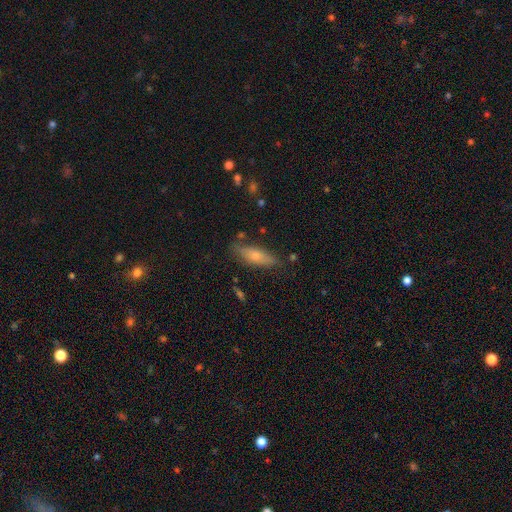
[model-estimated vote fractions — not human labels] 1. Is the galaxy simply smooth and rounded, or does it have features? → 67% smooth, 26% featured or disk, 7% star or artifact.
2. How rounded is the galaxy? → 51% in between, 46% cigar-shaped, 2% round.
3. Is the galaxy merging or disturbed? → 77% none, 17% minor disturbance, 4% major disturbance, 3% merger.